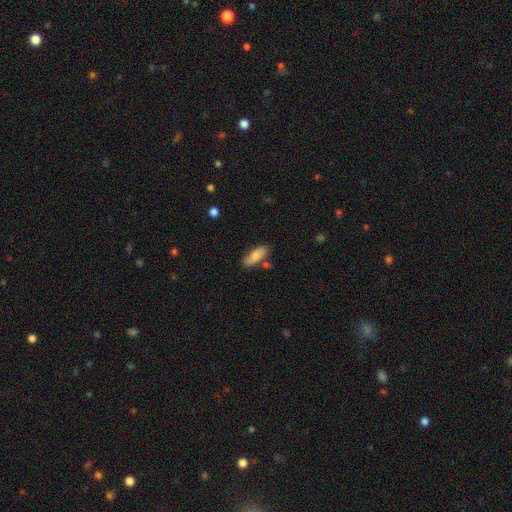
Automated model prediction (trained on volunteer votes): Smooth or featured?
  - smooth: 73% *
  - featured or disk: 20%
  - star or artifact: 7%
How rounded?
  - in between: 76% *
  - cigar-shaped: 21%
  - round: 3%
Merging?
  - none: 71% *
  - minor disturbance: 18%
  - merger: 8%
  - major disturbance: 4%